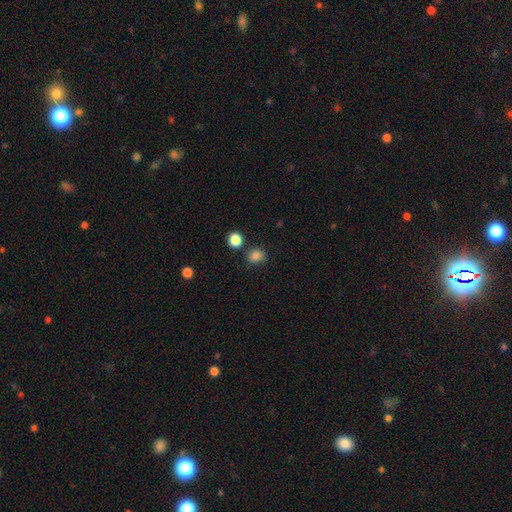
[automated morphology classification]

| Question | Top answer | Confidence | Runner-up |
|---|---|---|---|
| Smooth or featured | smooth | 84% | star or artifact (12%) |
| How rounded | round | 68% | in between (31%) |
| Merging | none | 79% | minor disturbance (10%) |